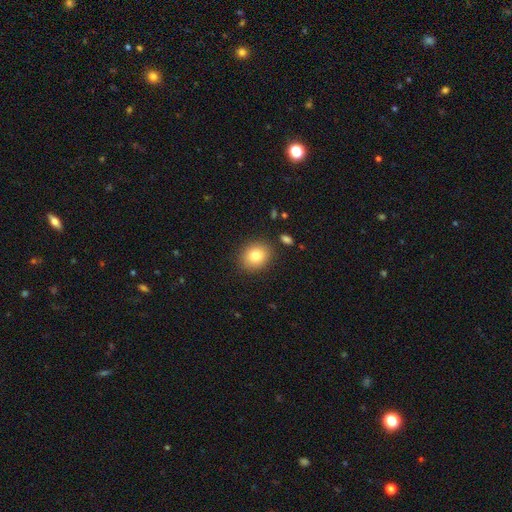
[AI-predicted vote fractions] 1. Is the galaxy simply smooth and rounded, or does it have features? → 81% smooth, 10% star or artifact, 9% featured or disk.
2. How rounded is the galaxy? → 63% round, 36% in between, 1% cigar-shaped.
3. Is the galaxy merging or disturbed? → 87% none, 8% minor disturbance, 3% major disturbance, 2% merger.